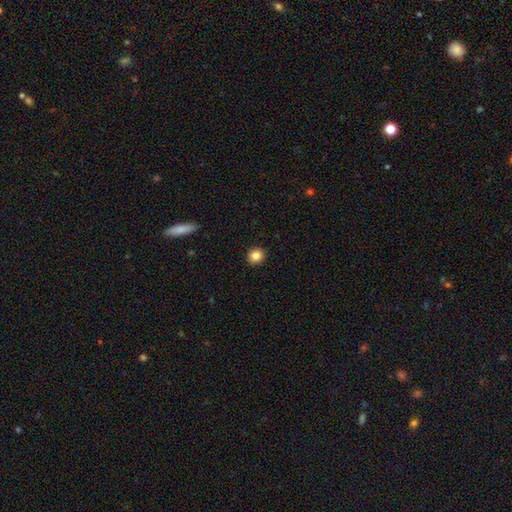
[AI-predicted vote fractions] Smooth or featured?
  - smooth: 84% *
  - star or artifact: 10%
  - featured or disk: 6%
How rounded?
  - round: 81% *
  - in between: 18%
  - cigar-shaped: 1%
Merging?
  - none: 92% *
  - minor disturbance: 6%
  - major disturbance: 2%
  - merger: 1%